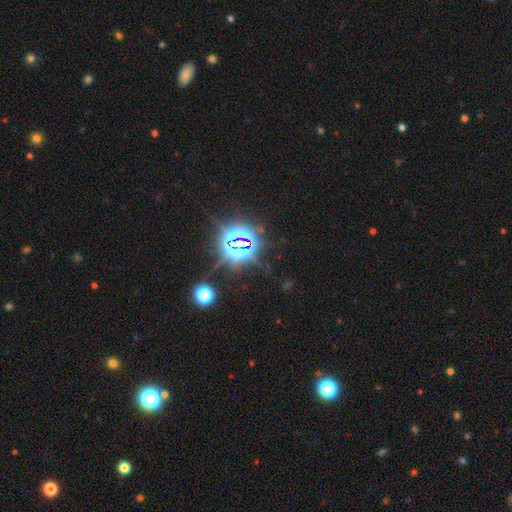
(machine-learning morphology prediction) star or artifact 82%, smooth 11%, featured or disk 6%.